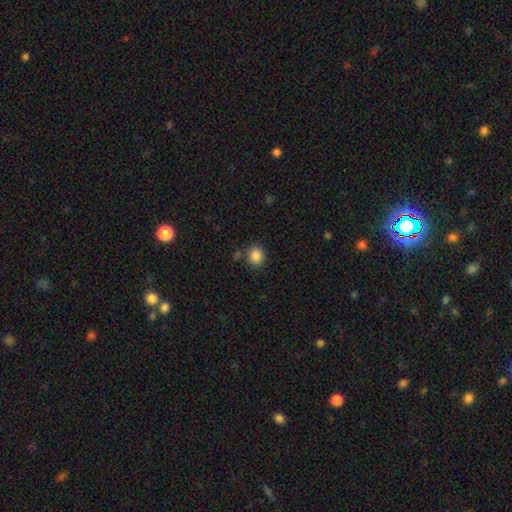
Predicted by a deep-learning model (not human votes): Morphology: type=smooth (87%); roundness=round (82%); merging=none (79%).